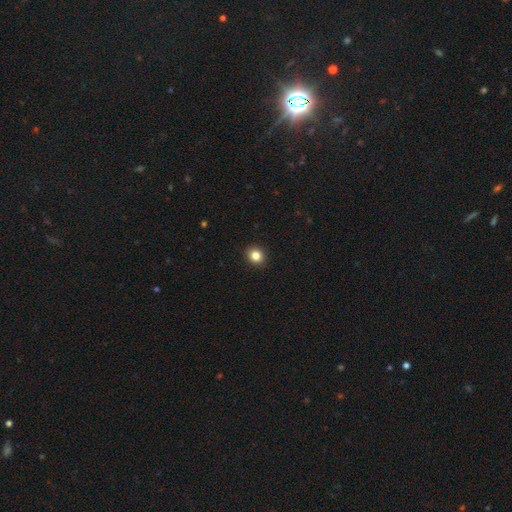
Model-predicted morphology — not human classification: smooth-or-featured: smooth: 83% | star or artifact: 11% | featured or disk: 6%
  how-rounded: round: 79% | in between: 20% | cigar-shaped: 1%
  merging: none: 92% | minor disturbance: 5% | major disturbance: 2% | merger: 1%